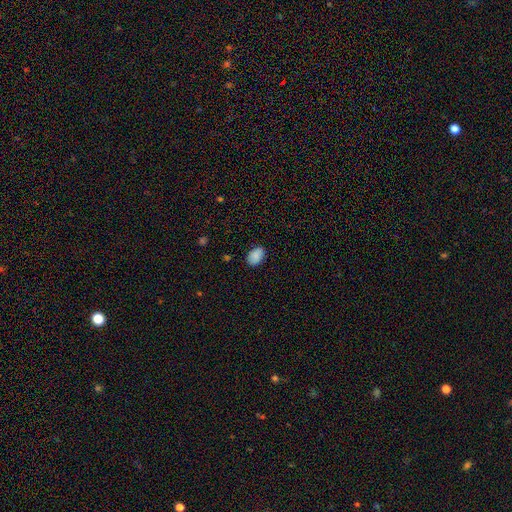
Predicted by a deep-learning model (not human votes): A smooth galaxy with no disk features (88%) that is in between round and cigar-shaped (87%).

Vote fractions:
- Smooth or featured? smooth: 88% / star or artifact: 8% / featured or disk: 4%
- How rounded? in between: 87% / round: 12% / cigar-shaped: 1%
- Merging? none: 85% / minor disturbance: 11% / major disturbance: 2% / merger: 1%